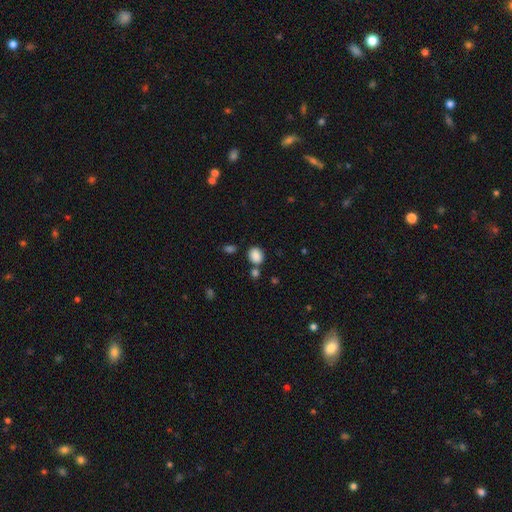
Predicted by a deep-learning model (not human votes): Smooth or featured?
  - smooth: 86% *
  - star or artifact: 9%
  - featured or disk: 4%
How rounded?
  - round: 54% *
  - in between: 45%
  - cigar-shaped: 1%
Merging?
  - none: 71% *
  - merger: 13%
  - minor disturbance: 12%
  - major disturbance: 4%